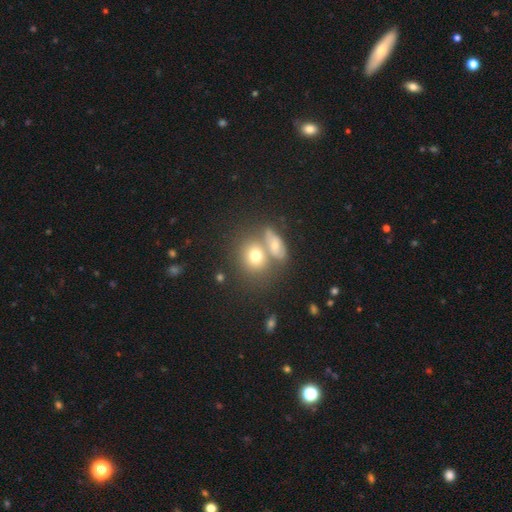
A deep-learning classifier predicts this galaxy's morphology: Smooth or featured: smooth — 70% (featured or disk — 19%)
How rounded: round — 62% (in between — 36%)
Merging: none — 43% (merger — 42%)